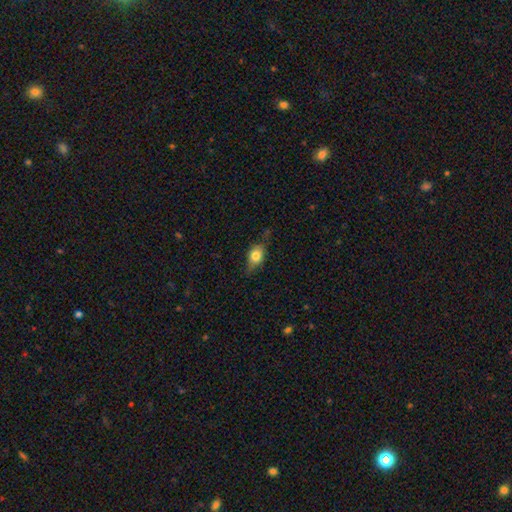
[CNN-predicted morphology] Smooth or featured: smooth — 73% (featured or disk — 19%)
How rounded: in between — 74% (round — 20%)
Merging: none — 65% (minor disturbance — 27%)